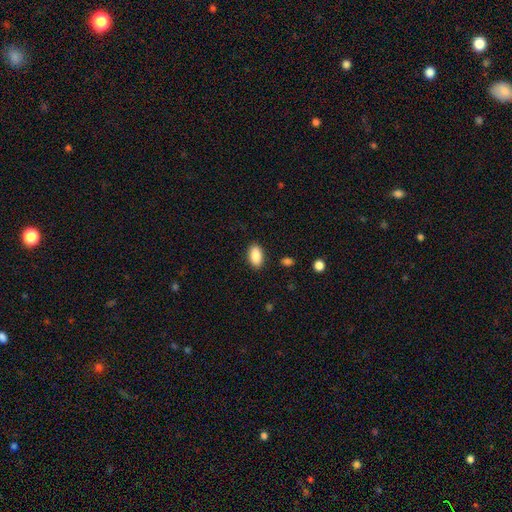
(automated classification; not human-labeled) Q: Smooth or featured?
A: smooth (89%); runner-up: star or artifact (7%)
Q: How rounded?
A: in between (93%); runner-up: round (4%)
Q: Merging?
A: none (88%); runner-up: minor disturbance (9%)